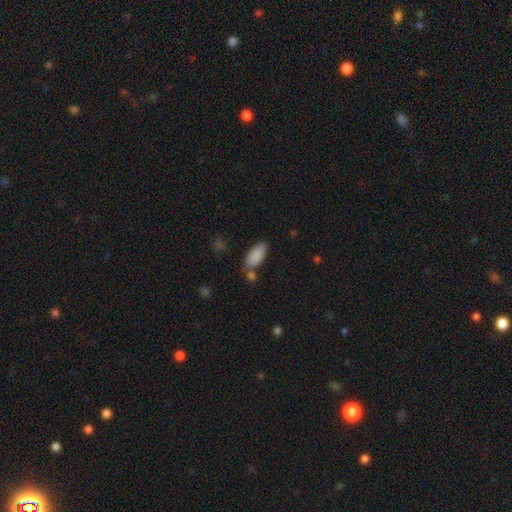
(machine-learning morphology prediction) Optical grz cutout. It shows a smooth galaxy with no disk features (88%) that is in between round and cigar-shaped (90%). Merging: none (67%).